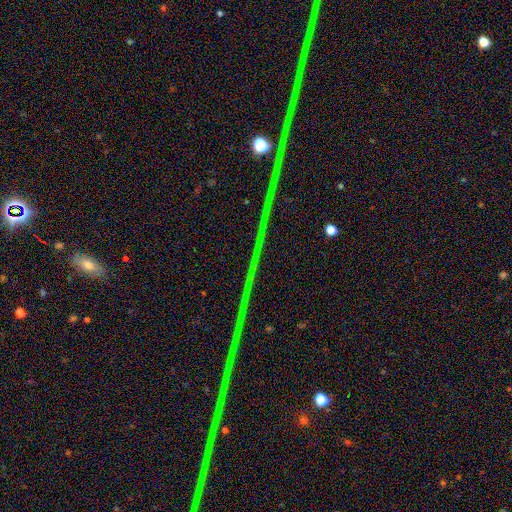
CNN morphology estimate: This is likely a star or artifact rather than a galaxy (79%).